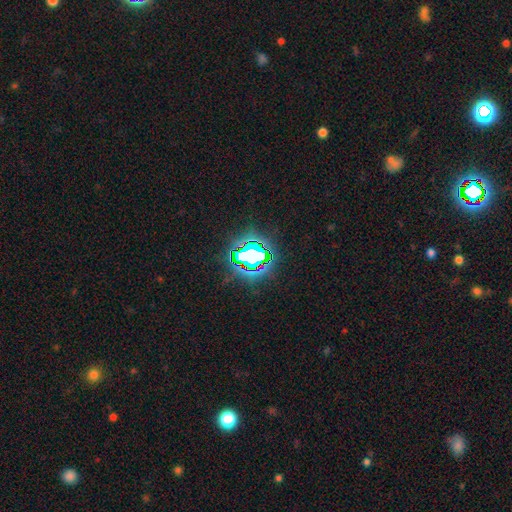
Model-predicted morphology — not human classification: Smooth or featured? star or artifact (69%)